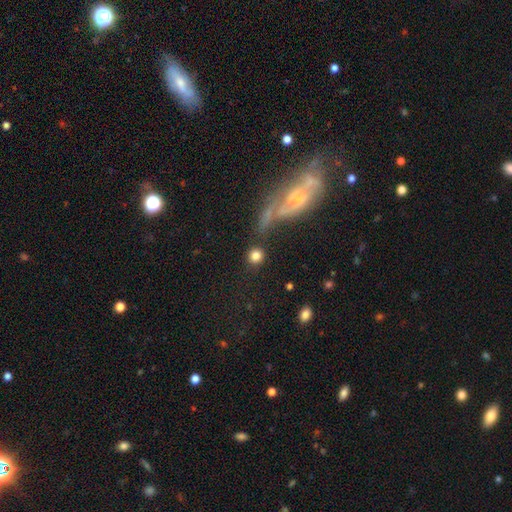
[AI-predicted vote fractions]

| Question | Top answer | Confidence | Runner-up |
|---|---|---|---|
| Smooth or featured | smooth | 83% | star or artifact (9%) |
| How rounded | round | 89% | in between (10%) |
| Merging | none | 80% | minor disturbance (8%) |